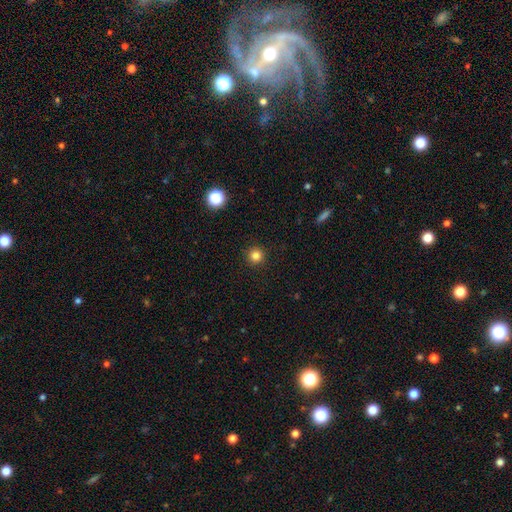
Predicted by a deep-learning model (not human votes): smooth 83%, star or artifact 13%, featured or disk 4%. Down the decision tree: how rounded — round (96%); merging — none (92%).